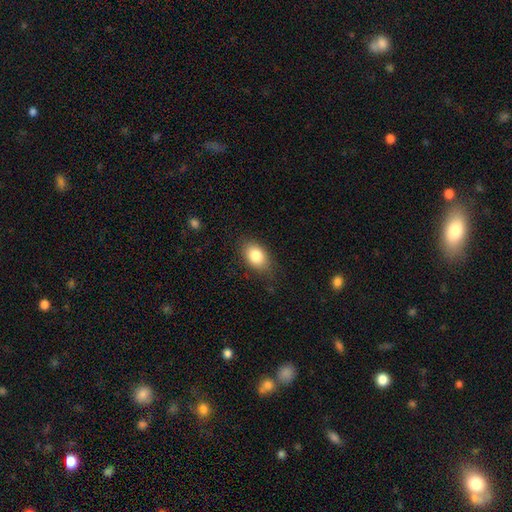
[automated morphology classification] smooth_or_featured: smooth (p=0.83) [alt: featured or disk p=0.09]
how_rounded: in between (p=0.85) [alt: round p=0.14]
merging: none (p=0.79) [alt: minor disturbance p=0.16]